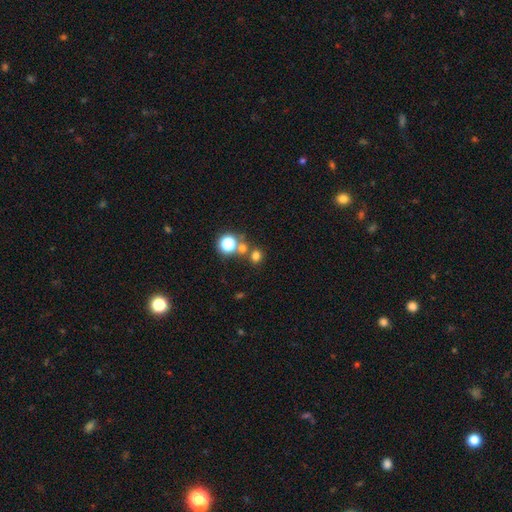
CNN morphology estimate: type=smooth (70%); roundness=round (76%); merging=none (65%).